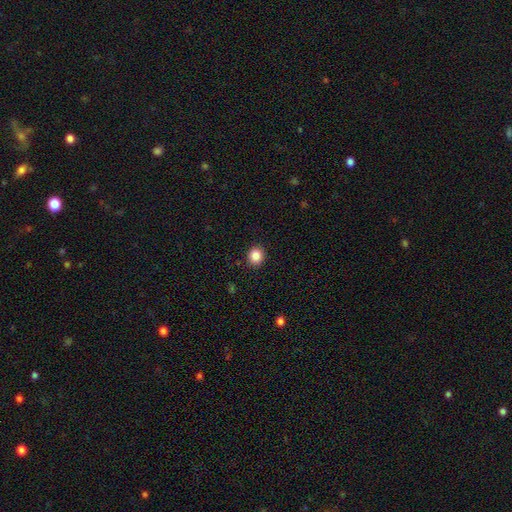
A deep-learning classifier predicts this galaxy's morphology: smooth_or_featured: smooth (p=0.87) [alt: star or artifact p=0.10]
how_rounded: round (p=0.80) [alt: in between p=0.20]
merging: none (p=0.91) [alt: minor disturbance p=0.06]